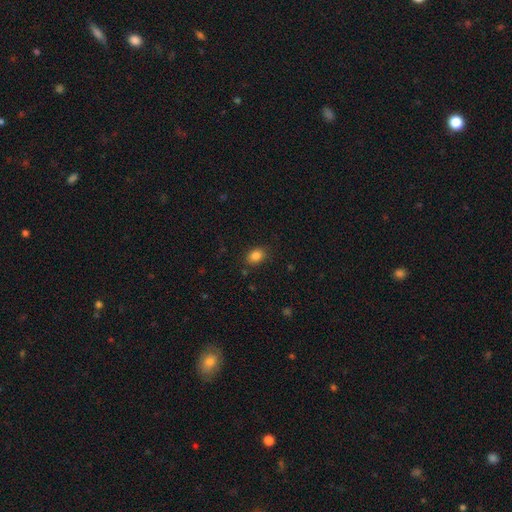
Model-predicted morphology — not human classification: The model was most divided on "how rounded": in between: 71%, round: 28%, cigar-shaped: 1%. More confident: smooth or featured — smooth (85%); merging — none (84%).